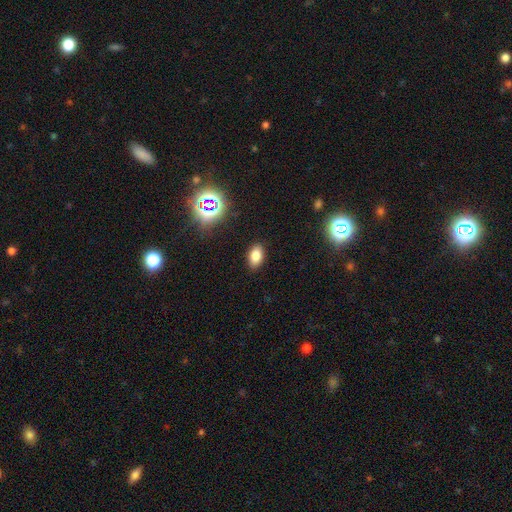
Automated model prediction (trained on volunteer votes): Q: Smooth or featured?
A: smooth (78%); runner-up: star or artifact (14%)
Q: How rounded?
A: in between (89%); runner-up: round (9%)
Q: Merging?
A: none (88%); runner-up: minor disturbance (8%)